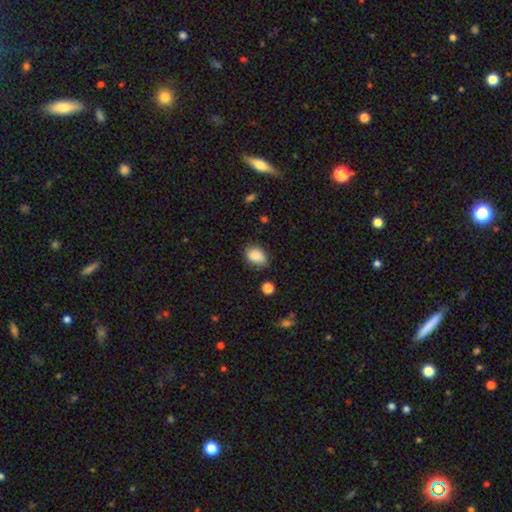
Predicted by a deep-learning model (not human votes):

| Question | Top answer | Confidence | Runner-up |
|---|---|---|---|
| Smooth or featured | smooth | 86% | star or artifact (8%) |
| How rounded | in between | 77% | round (21%) |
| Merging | none | 72% | minor disturbance (21%) |